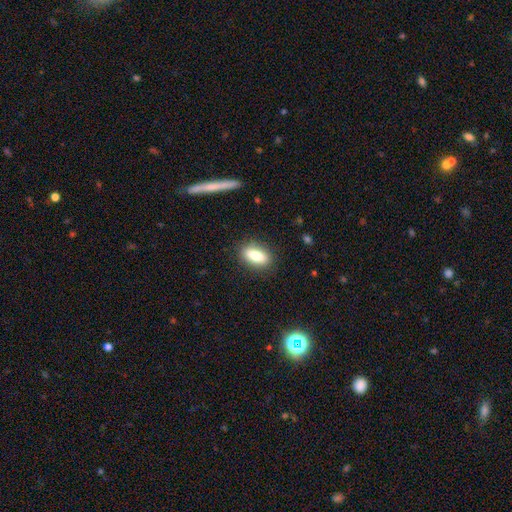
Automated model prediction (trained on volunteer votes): Smooth or featured? Predicted: smooth (p=0.79). How rounded? Predicted: in between (p=0.81). Merging? Predicted: none (p=0.86).